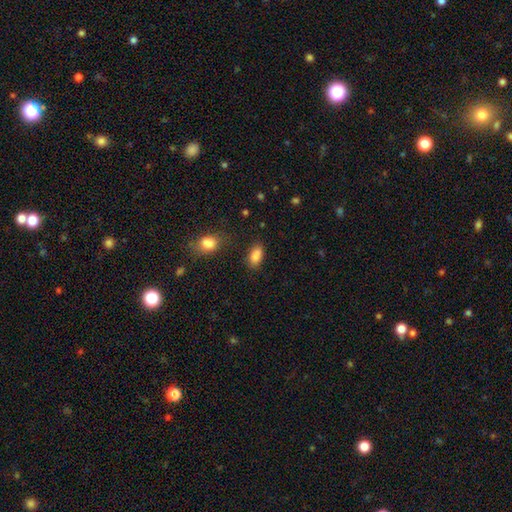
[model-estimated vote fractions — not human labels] Q: Smooth or featured?
A: smooth (86%); runner-up: star or artifact (9%)
Q: How rounded?
A: in between (90%); runner-up: round (6%)
Q: Merging?
A: none (75%); runner-up: minor disturbance (15%)